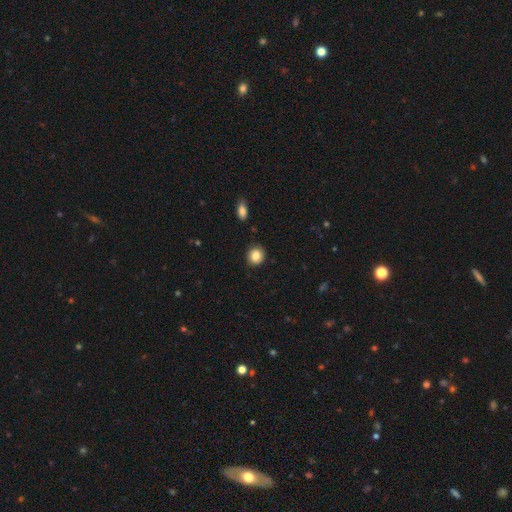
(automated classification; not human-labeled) Q: Smooth or featured?
A: smooth (84%); runner-up: star or artifact (9%)
Q: How rounded?
A: round (83%); runner-up: in between (16%)
Q: Merging?
A: none (87%); runner-up: minor disturbance (10%)